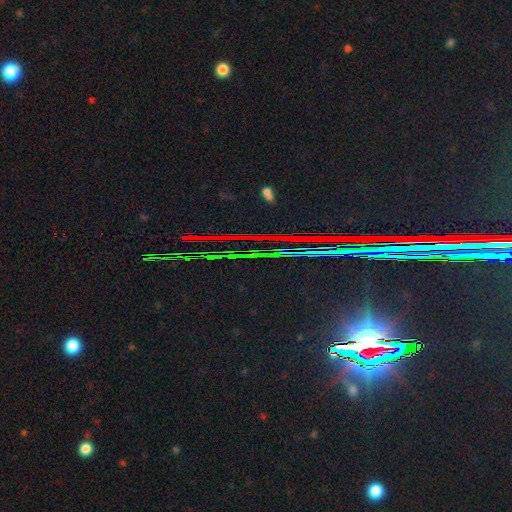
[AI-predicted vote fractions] smooth-or-featured: star or artifact: 87% | featured or disk: 7% | smooth: 6%